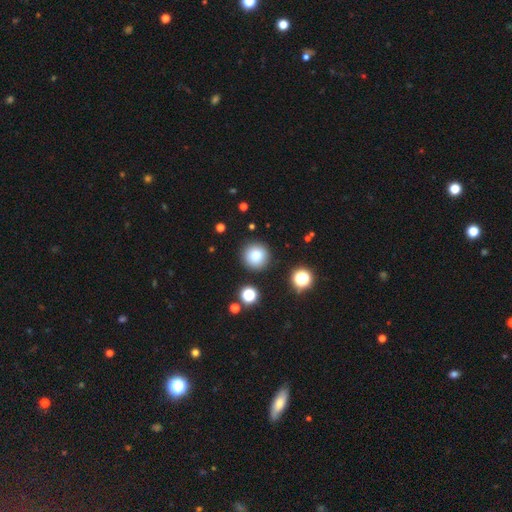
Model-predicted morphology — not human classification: Overall: smooth (79%). How rounded: round (96%). Merging: none (89%).